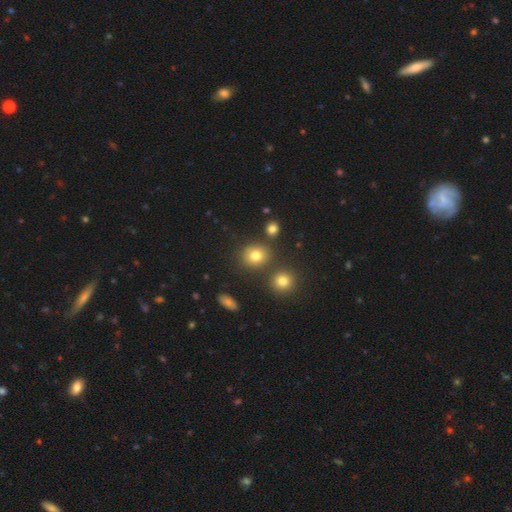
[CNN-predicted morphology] smooth_or_featured: smooth (p=0.78) [alt: star or artifact p=0.14]
how_rounded: round (p=0.75) [alt: in between p=0.24]
merging: none (p=0.78) [alt: minor disturbance p=0.10]